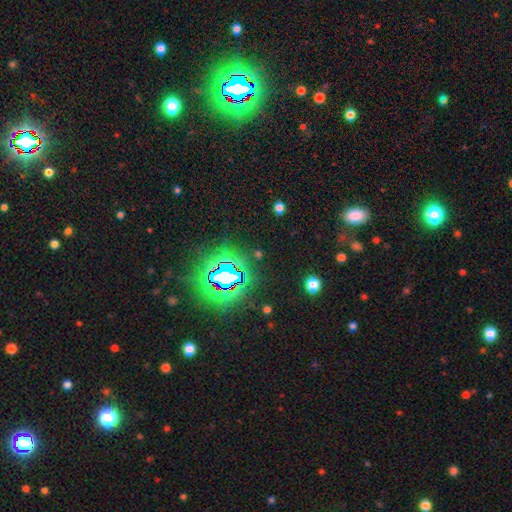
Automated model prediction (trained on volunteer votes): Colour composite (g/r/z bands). It shows a star or artifact, not a galaxy (79%).